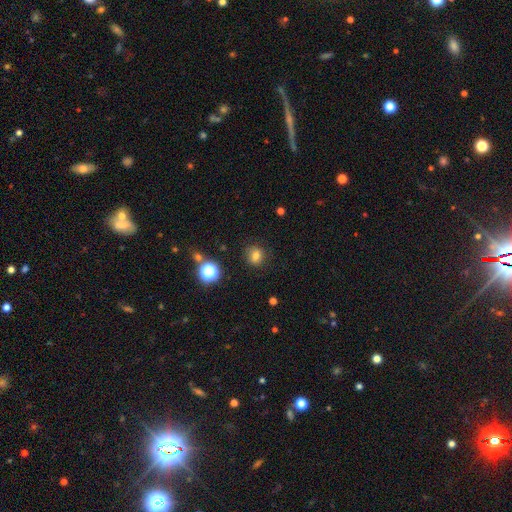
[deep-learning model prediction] A smooth galaxy with no disk features (76%) that is round (80%). Merging: none (85%).